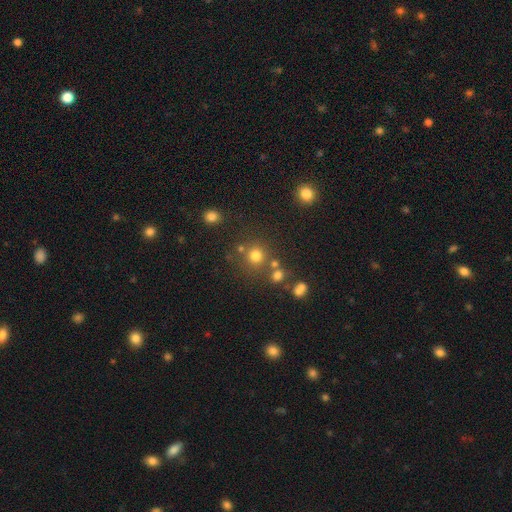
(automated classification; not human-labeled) A smooth galaxy with no disk features (74%) that is round (91%).

Vote fractions:
- Smooth or featured? smooth: 74% / star or artifact: 18% / featured or disk: 8%
- How rounded? round: 91% / in between: 8% / cigar-shaped: 1%
- Merging? none: 73% / merger: 13% / minor disturbance: 9% / major disturbance: 4%